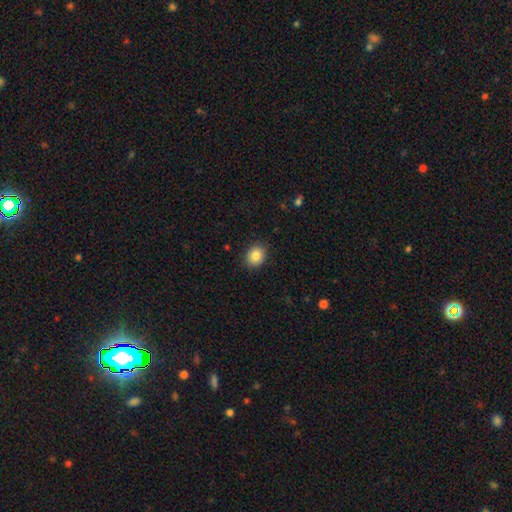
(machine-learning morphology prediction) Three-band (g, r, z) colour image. It shows a smooth galaxy with no disk features (85%) that is round (61%). Merging: none (87%).